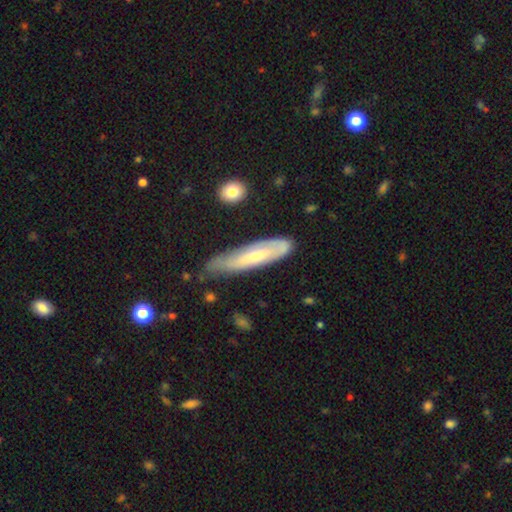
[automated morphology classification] A featured or disk galaxy (51%). Merging: none (58%).